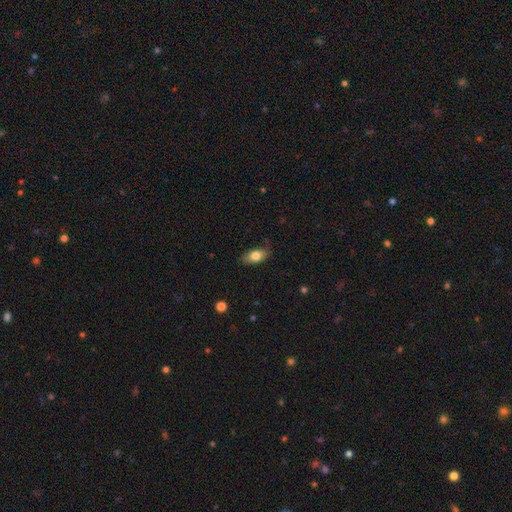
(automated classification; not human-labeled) Smooth or featured? smooth (78%)
How rounded? in between (88%)
Merging? none (79%)